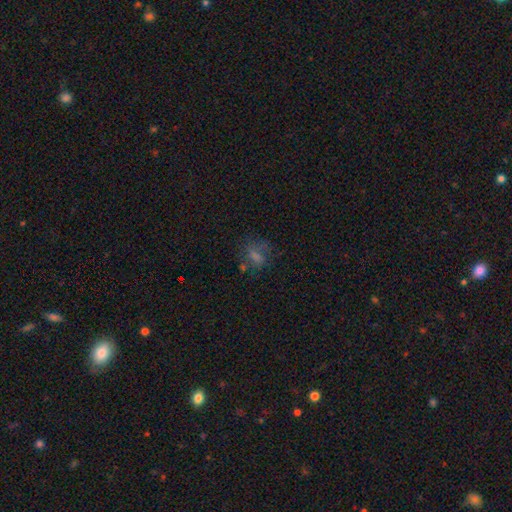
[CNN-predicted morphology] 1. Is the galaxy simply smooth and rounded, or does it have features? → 42% smooth, 32% star or artifact, 26% featured or disk.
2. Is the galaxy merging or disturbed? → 60% none, 19% minor disturbance, 17% major disturbance, 5% merger.